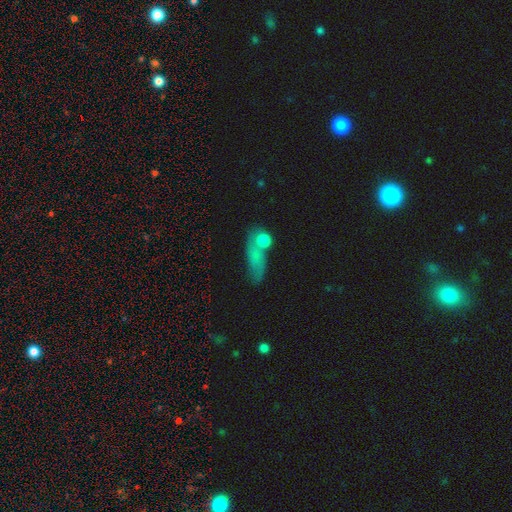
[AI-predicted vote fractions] Smooth or featured? smooth (62%)
How rounded? in between (53%)
Merging? none (46%)